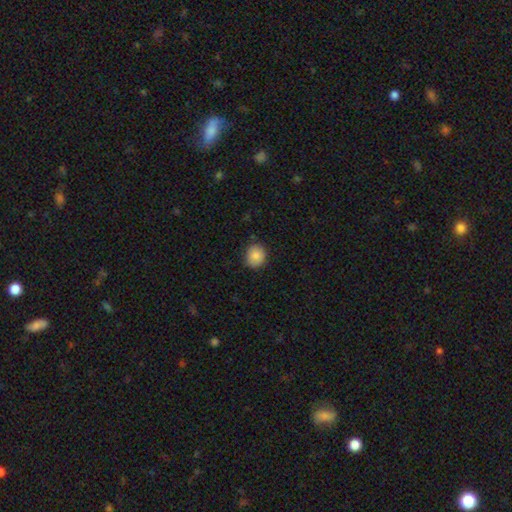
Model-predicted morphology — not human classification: A smooth galaxy with no disk features (86%) that is round (75%).

Vote fractions:
- Smooth or featured? smooth: 86% / star or artifact: 8% / featured or disk: 6%
- How rounded? round: 75% / in between: 24% / cigar-shaped: 1%
- Merging? none: 83% / minor disturbance: 13% / major disturbance: 2% / merger: 1%